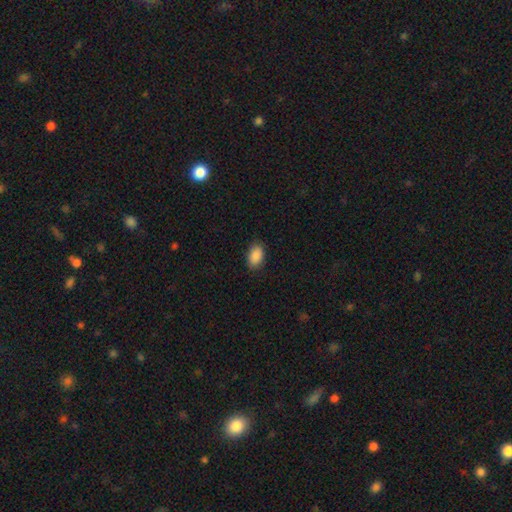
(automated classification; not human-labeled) Q: Smooth or featured?
A: smooth (90%); runner-up: star or artifact (7%)
Q: How rounded?
A: in between (91%); runner-up: round (8%)
Q: Merging?
A: none (87%); runner-up: minor disturbance (10%)